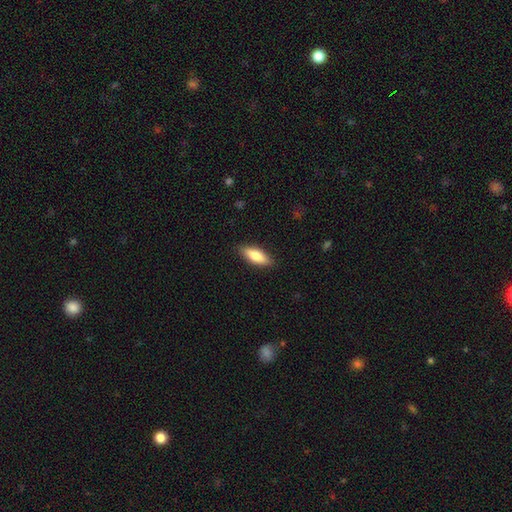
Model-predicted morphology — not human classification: This appears to be a smooth galaxy with no disk features (80%) that is in between round and cigar-shaped (69%). Merging: none (87%).